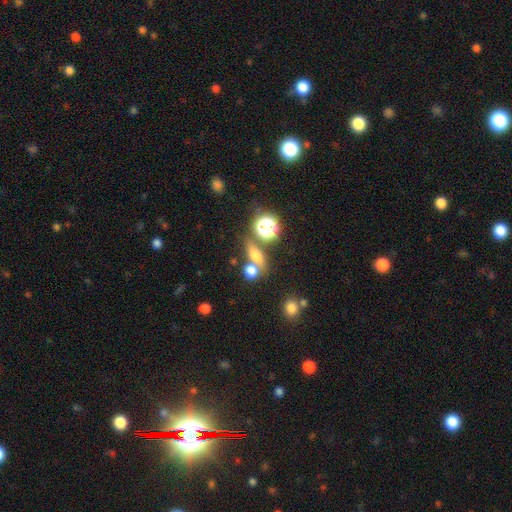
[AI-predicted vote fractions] Q: Smooth or featured?
A: smooth (64%); runner-up: star or artifact (22%)
Q: How rounded?
A: in between (49%); runner-up: round (37%)
Q: Merging?
A: none (56%); runner-up: merger (27%)